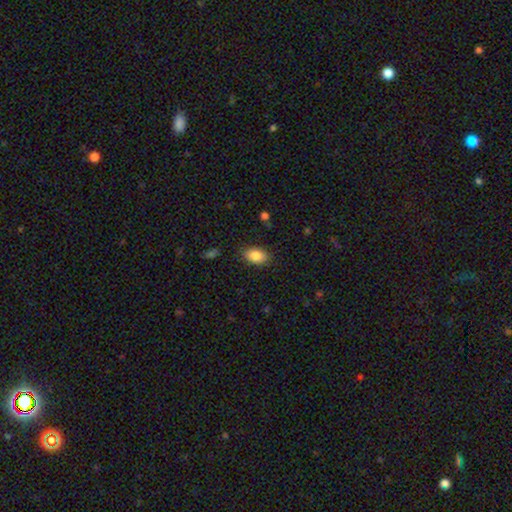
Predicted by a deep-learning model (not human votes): smooth_or_featured: smooth (p=0.86) [alt: star or artifact p=0.08]
how_rounded: in between (p=0.91) [alt: round p=0.07]
merging: none (p=0.86) [alt: minor disturbance p=0.10]